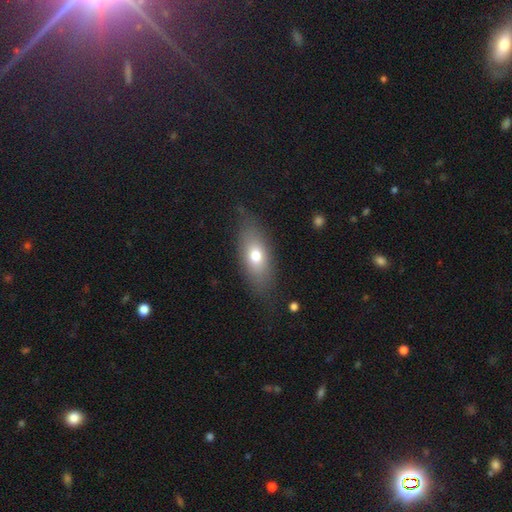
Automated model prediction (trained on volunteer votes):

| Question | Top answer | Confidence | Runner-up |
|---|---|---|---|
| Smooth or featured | smooth | 70% | featured or disk (22%) |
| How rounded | in between | 79% | cigar-shaped (14%) |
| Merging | none | 76% | minor disturbance (16%) |